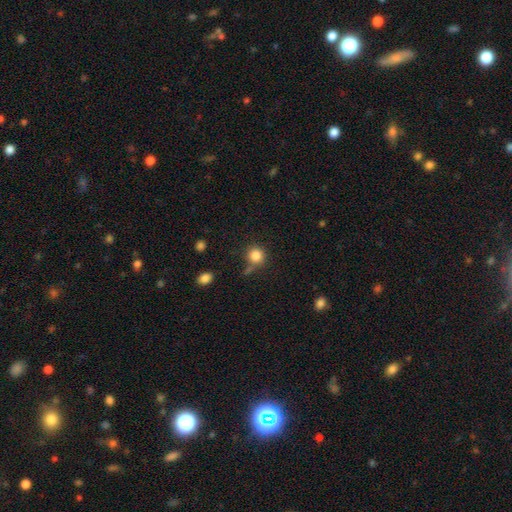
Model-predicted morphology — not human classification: type=smooth (84%); roundness=round (91%); merging=none (69%).